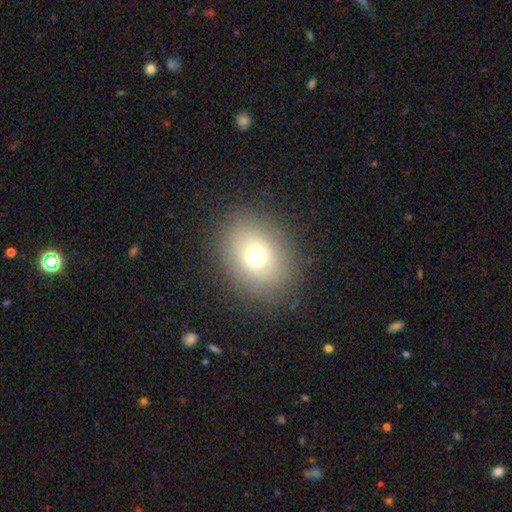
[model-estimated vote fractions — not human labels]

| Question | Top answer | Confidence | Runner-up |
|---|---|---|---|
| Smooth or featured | smooth | 68% | star or artifact (17%) |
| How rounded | in between | 50% | round (49%) |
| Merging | none | 85% | minor disturbance (9%) |